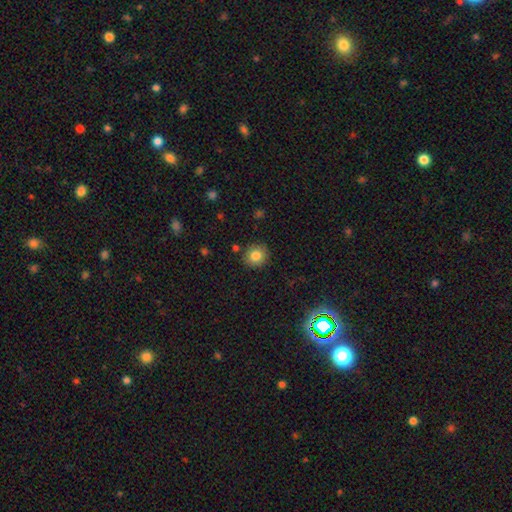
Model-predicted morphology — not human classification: type=smooth (82%); roundness=round (84%); merging=none (87%).